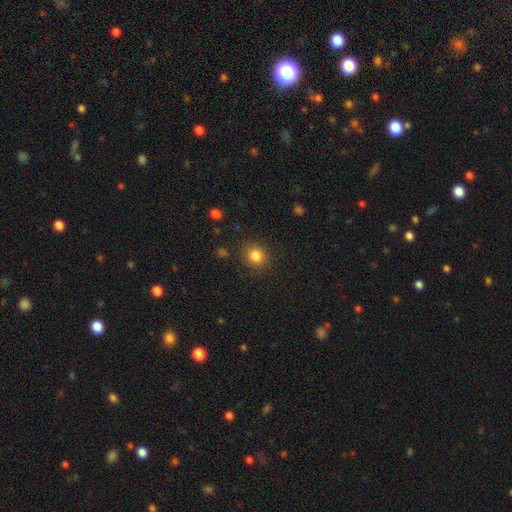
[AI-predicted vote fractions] Smooth or featured: smooth — 84% (star or artifact — 11%)
How rounded: round — 84% (in between — 15%)
Merging: none — 87% (minor disturbance — 8%)